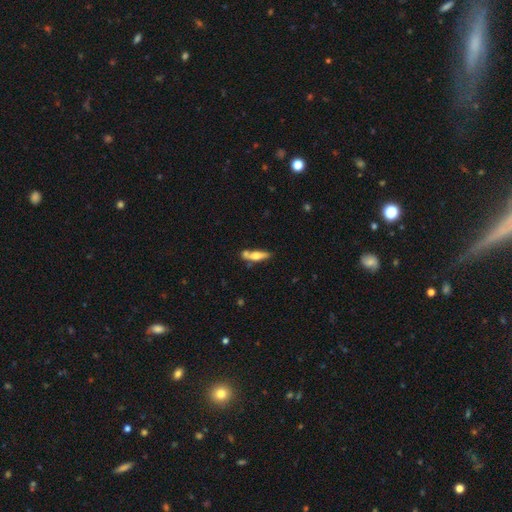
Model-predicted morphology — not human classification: smooth-or-featured: smooth: 49% | featured or disk: 45% | star or artifact: 6%
  merging: none: 57% | merger: 20% | minor disturbance: 17% | major disturbance: 5%